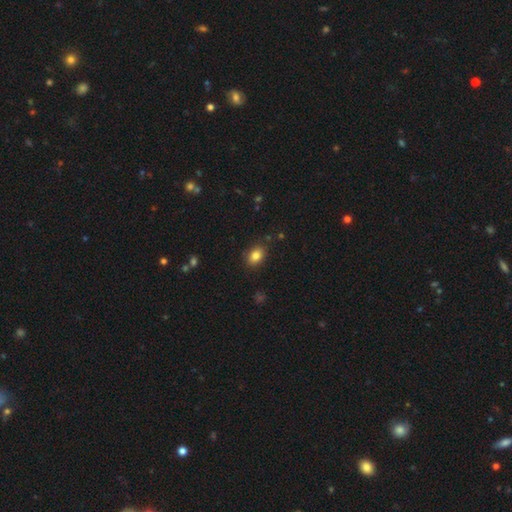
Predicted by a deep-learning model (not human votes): A smooth galaxy with no disk features (83%) that is in between round and cigar-shaped (73%).

Vote fractions:
- Smooth or featured? smooth: 83% / star or artifact: 10% / featured or disk: 7%
- How rounded? in between: 73% / round: 26% / cigar-shaped: 1%
- Merging? none: 84% / minor disturbance: 11% / major disturbance: 3% / merger: 2%